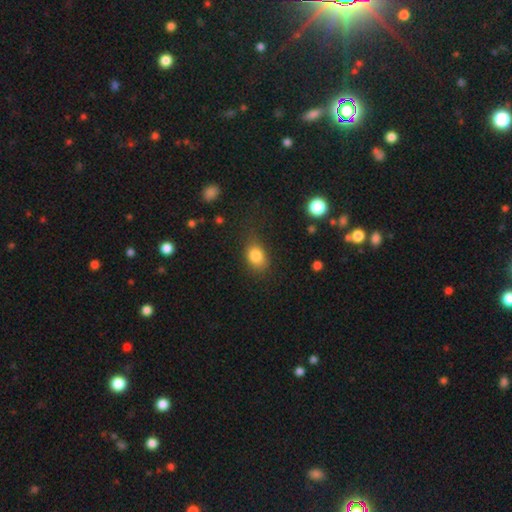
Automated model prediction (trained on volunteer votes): Smooth or featured?
  - smooth: 82% *
  - star or artifact: 10%
  - featured or disk: 8%
How rounded?
  - in between: 69% *
  - round: 30%
  - cigar-shaped: 1%
Merging?
  - none: 70% *
  - minor disturbance: 20%
  - major disturbance: 7%
  - merger: 2%